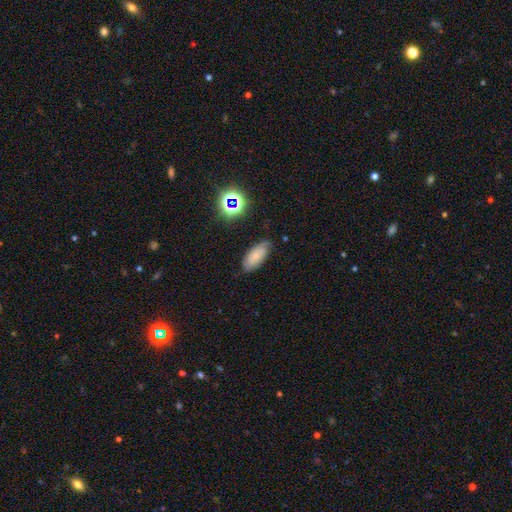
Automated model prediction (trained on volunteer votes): This is likely a smooth galaxy (62%). How rounded: clearly in between (88%). Merging: likely none (67%).